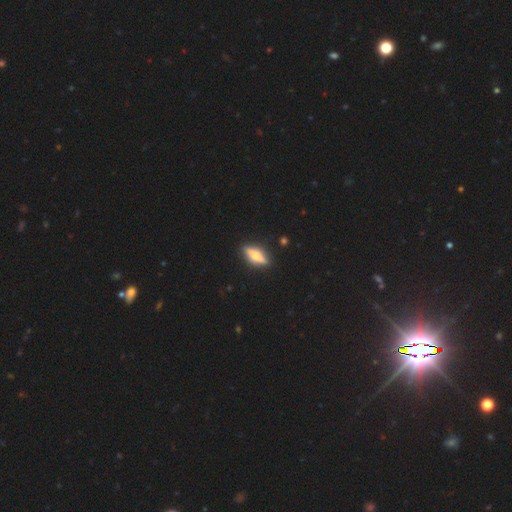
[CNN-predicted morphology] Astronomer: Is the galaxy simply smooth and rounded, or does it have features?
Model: featured or disk — 56% (runner-up: smooth, 37%).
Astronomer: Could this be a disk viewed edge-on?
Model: yes — 91%.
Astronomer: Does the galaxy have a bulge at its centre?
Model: rounded — 86%.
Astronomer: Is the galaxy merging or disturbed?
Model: none — 87%.